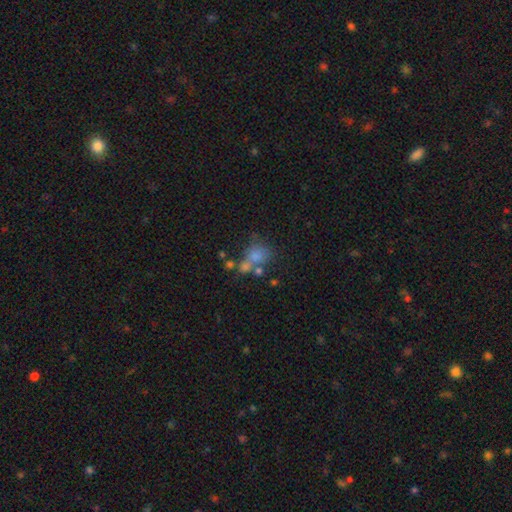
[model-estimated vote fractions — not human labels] Q: Smooth or featured?
A: smooth (62%); runner-up: star or artifact (20%)
Q: How rounded?
A: round (70%); runner-up: in between (28%)
Q: Merging?
A: none (42%); runner-up: merger (37%)